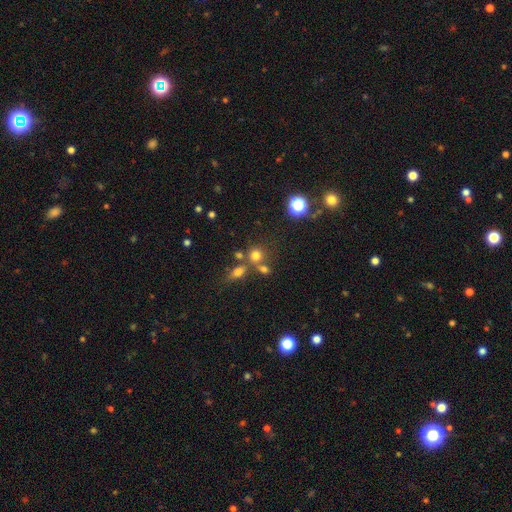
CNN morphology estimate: This is likely a smooth galaxy (71%). How rounded: likely round (75%). Merging: possibly none (55%).